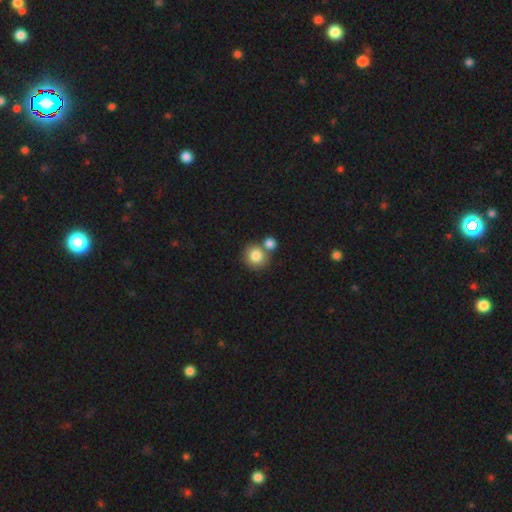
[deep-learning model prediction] Smooth or featured? Predicted: smooth (p=0.82). How rounded? Predicted: round (p=0.84). Merging? Predicted: none (p=0.53).